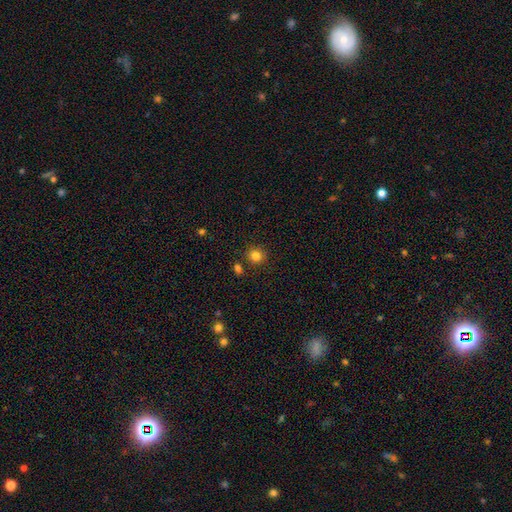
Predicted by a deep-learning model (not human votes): The model was most divided on "smooth or featured": smooth: 82%, star or artifact: 13%, featured or disk: 5%. More confident: how rounded — round (89%); merging — none (85%).